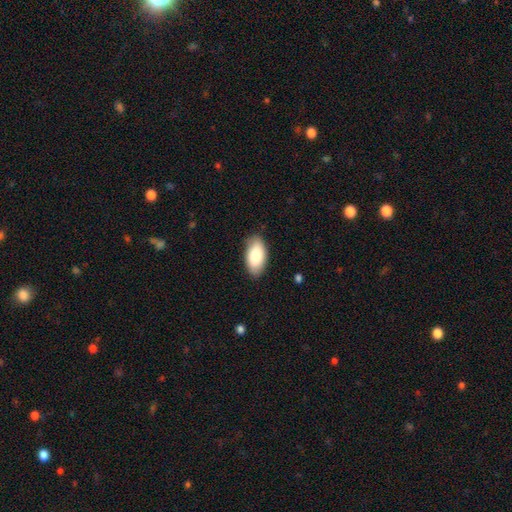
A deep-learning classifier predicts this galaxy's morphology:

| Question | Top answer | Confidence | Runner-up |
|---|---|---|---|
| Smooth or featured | smooth | 84% | featured or disk (10%) |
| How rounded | in between | 95% | cigar-shaped (3%) |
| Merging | none | 84% | minor disturbance (12%) |